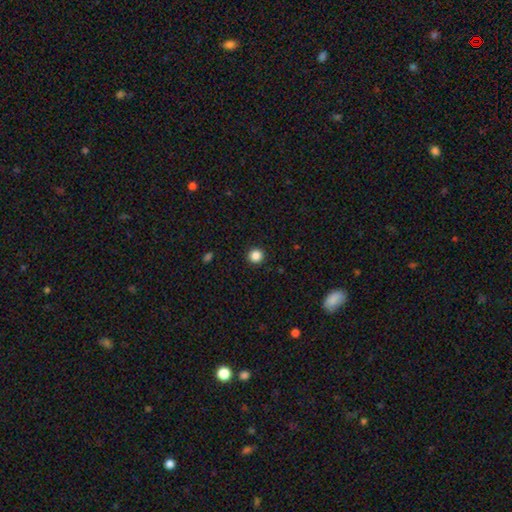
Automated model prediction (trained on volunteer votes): A smooth galaxy with no disk features (86%) that is round (95%).

Vote fractions:
- Smooth or featured? smooth: 86% / star or artifact: 11% / featured or disk: 3%
- How rounded? round: 95% / in between: 4% / cigar-shaped: 1%
- Merging? none: 93% / minor disturbance: 4% / major disturbance: 2% / merger: 1%